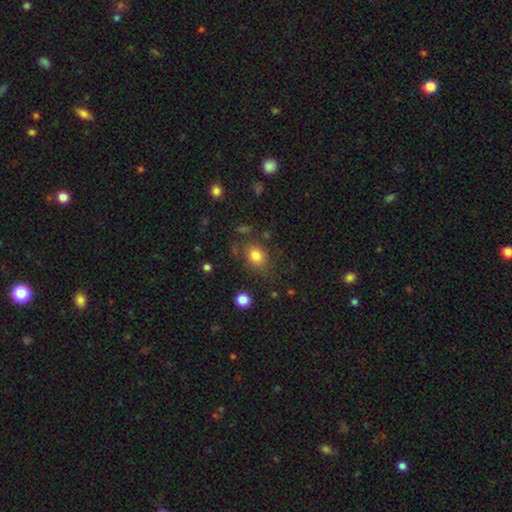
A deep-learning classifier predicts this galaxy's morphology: smooth-or-featured: smooth: 80% | star or artifact: 11% | featured or disk: 9%
  how-rounded: in between: 53% | round: 46% | cigar-shaped: 1%
  merging: none: 68% | minor disturbance: 19% | major disturbance: 8% | merger: 4%